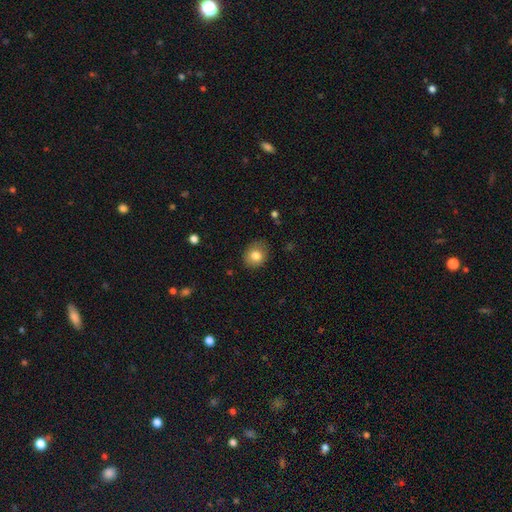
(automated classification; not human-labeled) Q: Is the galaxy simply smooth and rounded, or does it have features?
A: smooth — 81%.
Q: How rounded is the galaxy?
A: round — 67%.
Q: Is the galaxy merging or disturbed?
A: none — 84%.